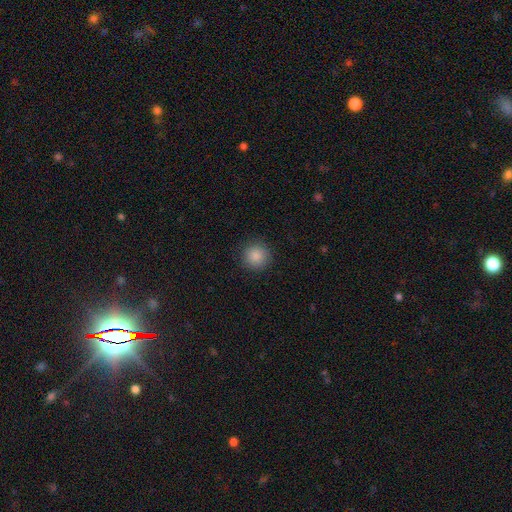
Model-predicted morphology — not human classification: Smooth or featured? Predicted: smooth (p=0.87). How rounded? Predicted: round (p=0.95). Merging? Predicted: none (p=0.91).